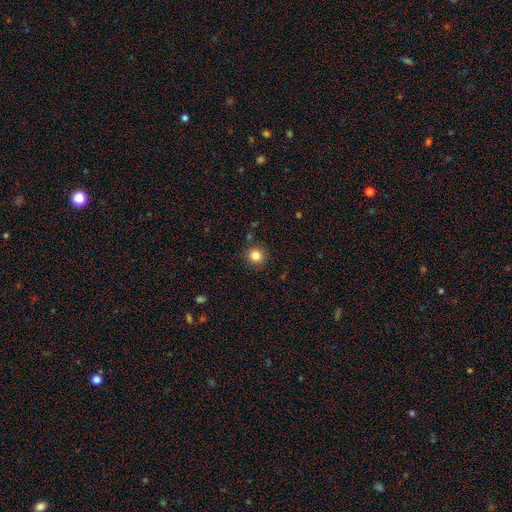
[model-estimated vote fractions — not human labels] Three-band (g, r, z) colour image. It shows a smooth galaxy with no disk features (84%) that is round (92%). Merging: none (88%).